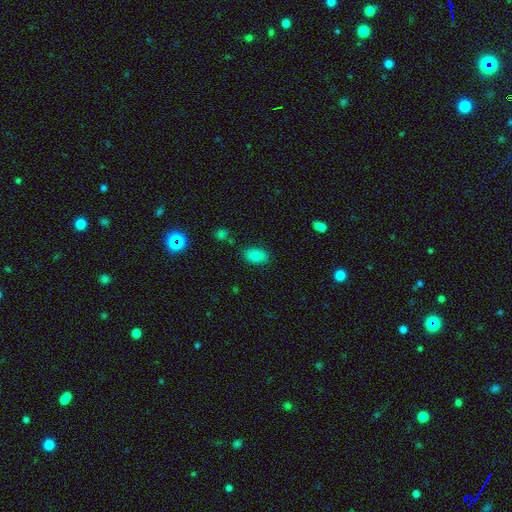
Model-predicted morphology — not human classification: Q: Smooth or featured?
A: smooth (82%); runner-up: star or artifact (10%)
Q: How rounded?
A: in between (88%); runner-up: round (11%)
Q: Merging?
A: none (81%); runner-up: minor disturbance (13%)